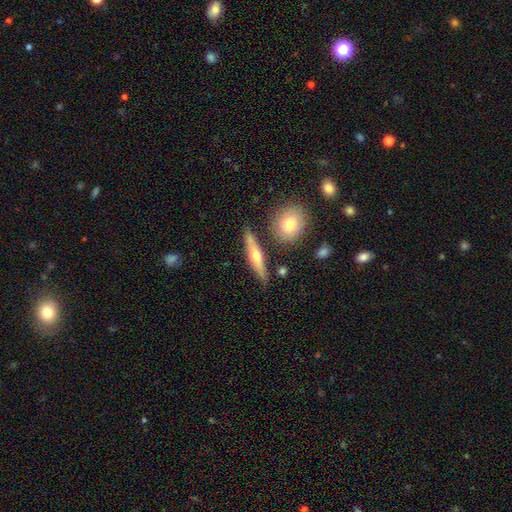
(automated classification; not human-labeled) Smooth or featured? Predicted: featured or disk (p=0.53). Edge-on disk? Predicted: yes (p=0.91). Merging? Predicted: none (p=0.80).